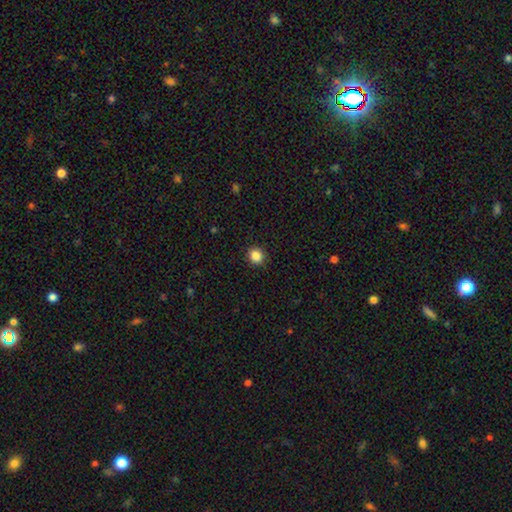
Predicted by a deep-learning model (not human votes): A smooth galaxy with no disk features (86%) that is round (88%). Merging: none (91%).